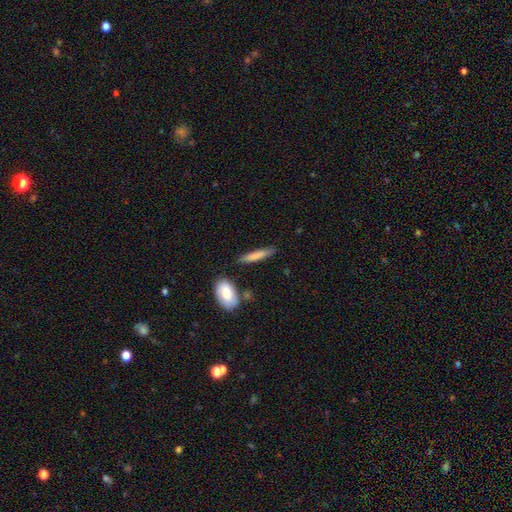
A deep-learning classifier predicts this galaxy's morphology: This appears to be a smooth galaxy with no disk features (75%) that is cigar-shaped (86%). Merging: none (80%).